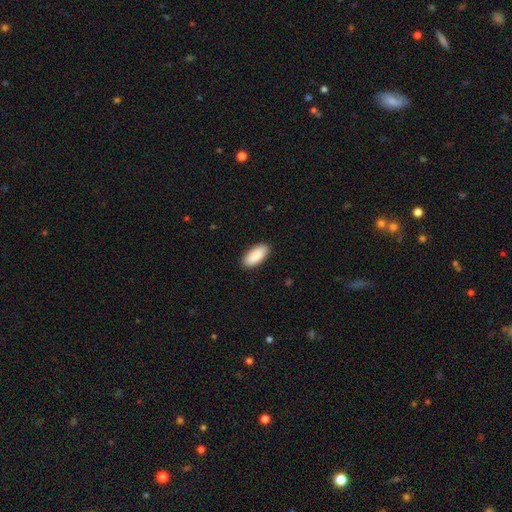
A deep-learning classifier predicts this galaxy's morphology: smooth-or-featured: smooth: 91% | star or artifact: 5% | featured or disk: 4%
  how-rounded: in between: 87% | cigar-shaped: 11% | round: 2%
  merging: none: 90% | minor disturbance: 7% | major disturbance: 2% | merger: 1%